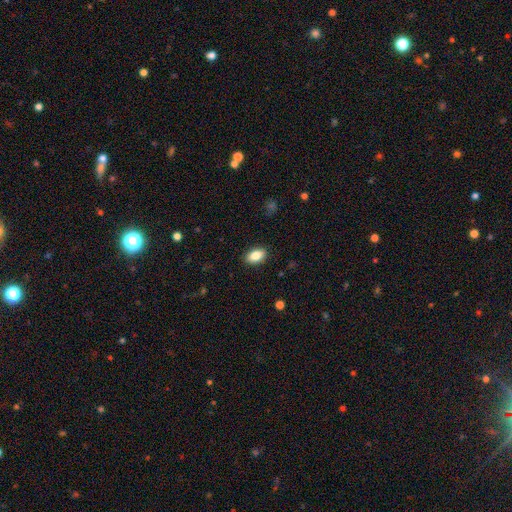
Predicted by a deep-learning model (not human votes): smooth_or_featured: smooth (p=0.85) [alt: featured or disk p=0.07]
how_rounded: in between (p=0.91) [alt: round p=0.07]
merging: none (p=0.89) [alt: minor disturbance p=0.08]